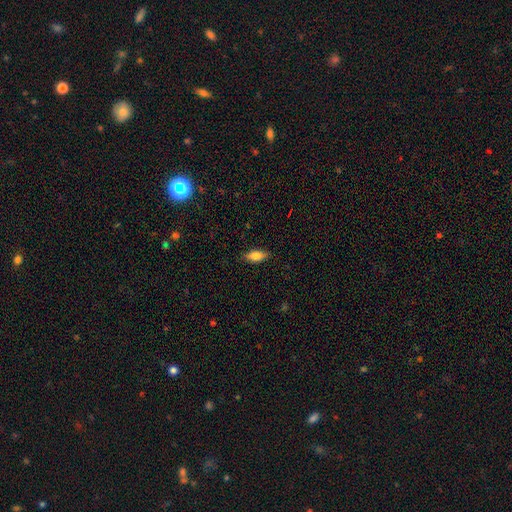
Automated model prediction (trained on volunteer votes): The model was most divided on "how rounded": in between: 77%, cigar-shaped: 20%, round: 3%. More confident: merging — none (86%); smooth or featured — smooth (77%).